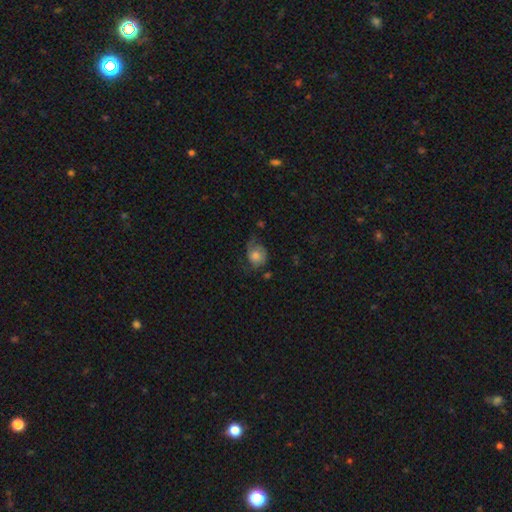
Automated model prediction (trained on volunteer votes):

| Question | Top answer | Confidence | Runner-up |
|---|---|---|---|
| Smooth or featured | smooth | 55% | featured or disk (36%) |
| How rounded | round | 51% | in between (47%) |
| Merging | none | 40% | minor disturbance (33%) |